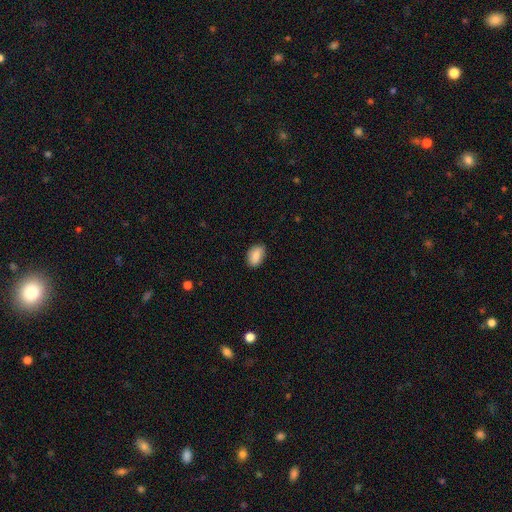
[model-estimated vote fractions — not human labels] A smooth galaxy with no disk features (84%) that is in between round and cigar-shaped (87%).

Vote fractions:
- Smooth or featured? smooth: 84% / featured or disk: 9% / star or artifact: 7%
- How rounded? in between: 87% / round: 11% / cigar-shaped: 2%
- Merging? none: 81% / minor disturbance: 15% / major disturbance: 3% / merger: 1%